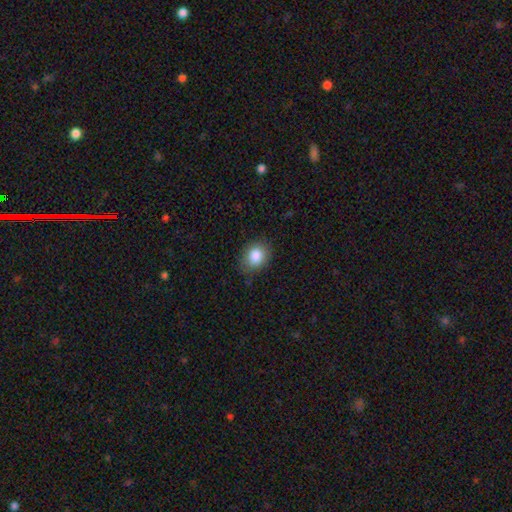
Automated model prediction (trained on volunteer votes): A smooth galaxy with no disk features (86%) that is in between round and cigar-shaped (58%). Merging: none (78%).